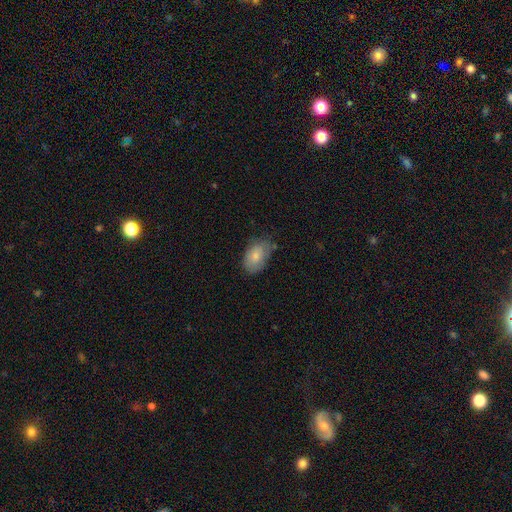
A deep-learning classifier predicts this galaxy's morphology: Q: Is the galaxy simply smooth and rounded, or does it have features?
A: smooth — 77%.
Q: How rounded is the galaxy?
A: in between — 90%.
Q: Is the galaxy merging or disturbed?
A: none — 63%.